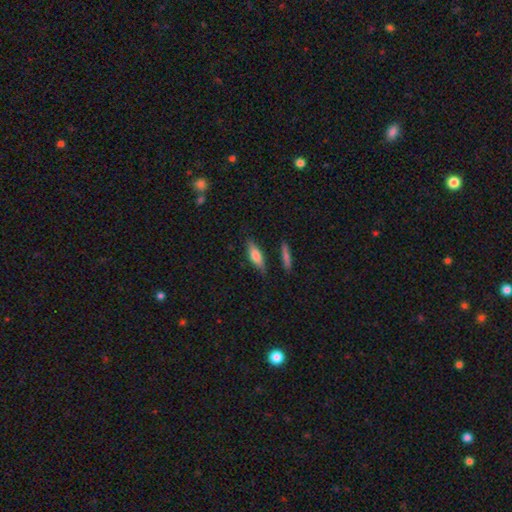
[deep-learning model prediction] A smooth galaxy with no disk features (66%) that is cigar-shaped (51%).

Vote fractions:
- Smooth or featured? smooth: 66% / featured or disk: 28% / star or artifact: 6%
- How rounded? cigar-shaped: 51% / in between: 46% / round: 3%
- Merging? none: 79% / minor disturbance: 14% / merger: 4% / major disturbance: 3%